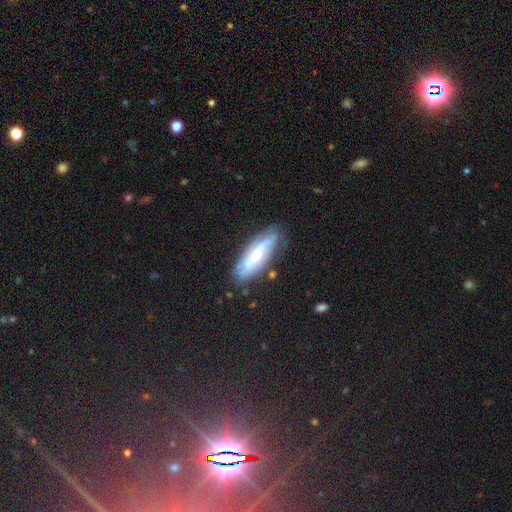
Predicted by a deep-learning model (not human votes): This appears to be a featured or disk galaxy (55%). Merging: none (67%).